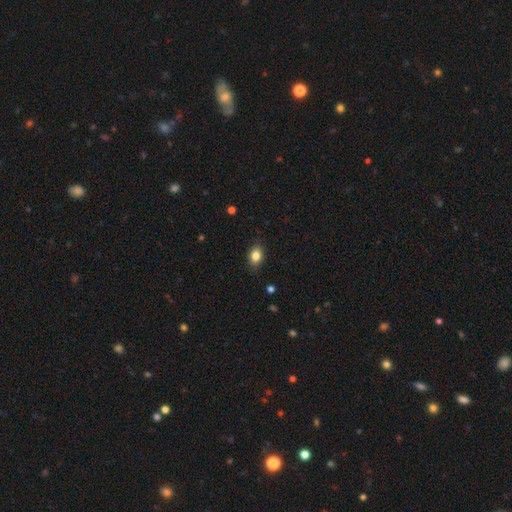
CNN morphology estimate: Smooth or featured: smooth — 84% (star or artifact — 9%)
How rounded: in between — 71% (round — 28%)
Merging: none — 86% (minor disturbance — 11%)